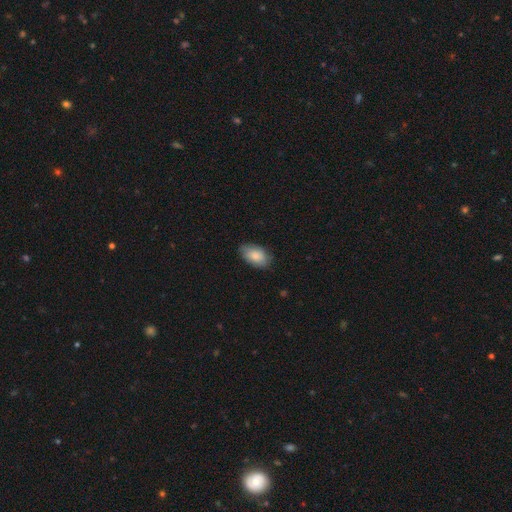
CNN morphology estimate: type=smooth (83%); roundness=in between (93%); merging=none (78%).